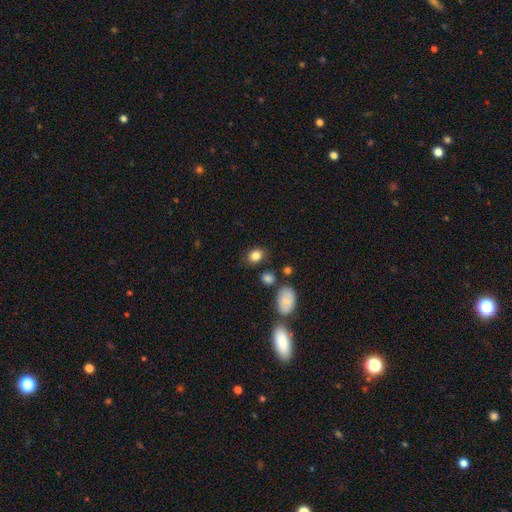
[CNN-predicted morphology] smooth_or_featured: smooth (p=0.84) [alt: star or artifact p=0.09]
how_rounded: in between (p=0.58) [alt: round p=0.41]
merging: none (p=0.78) [alt: minor disturbance p=0.14]